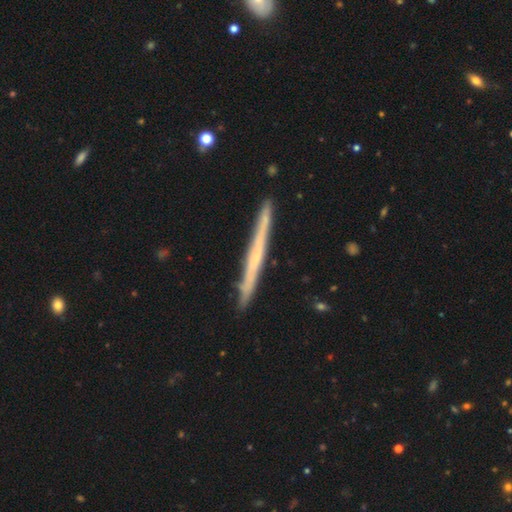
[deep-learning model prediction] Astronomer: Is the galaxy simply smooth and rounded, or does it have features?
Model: featured or disk — 59% (runner-up: smooth, 35%).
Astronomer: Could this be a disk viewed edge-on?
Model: yes — 97%.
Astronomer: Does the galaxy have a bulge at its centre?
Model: none — 82%.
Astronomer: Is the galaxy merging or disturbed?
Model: none — 89%.